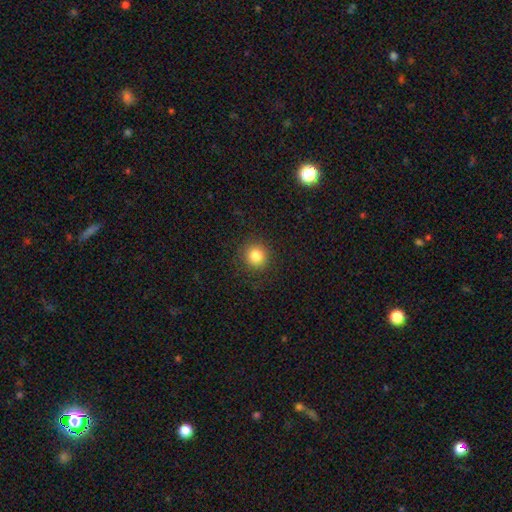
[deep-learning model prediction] smooth 83%, star or artifact 11%, featured or disk 6%. Down the decision tree: how rounded — round (93%); merging — none (91%).